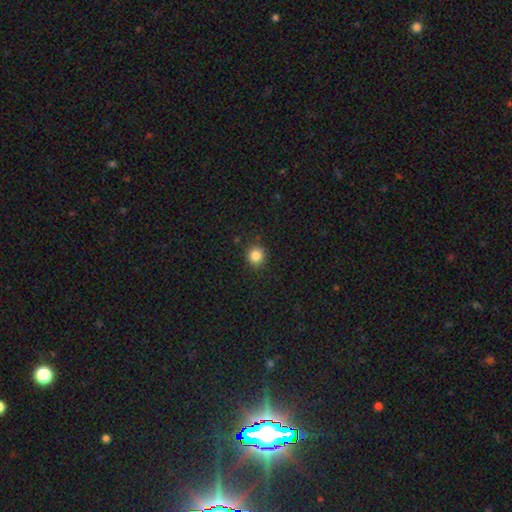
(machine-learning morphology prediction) A smooth galaxy with no disk features (84%) that is round (88%). Merging: none (89%).